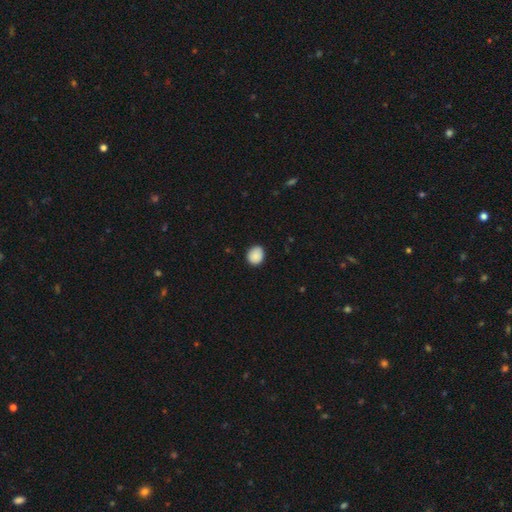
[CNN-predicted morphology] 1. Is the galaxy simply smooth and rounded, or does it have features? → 88% smooth, 8% star or artifact, 4% featured or disk.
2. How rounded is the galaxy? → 69% round, 30% in between, 1% cigar-shaped.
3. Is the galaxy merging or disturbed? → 85% none, 12% minor disturbance, 2% major disturbance, 1% merger.